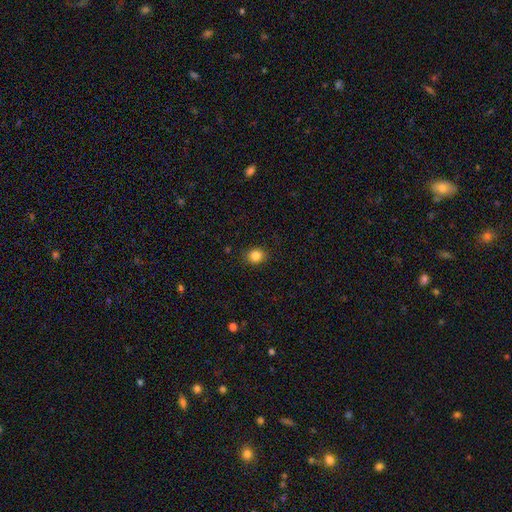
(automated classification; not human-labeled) This is clearly a smooth galaxy (85%). How rounded: likely round (76%). Merging: clearly none (89%).